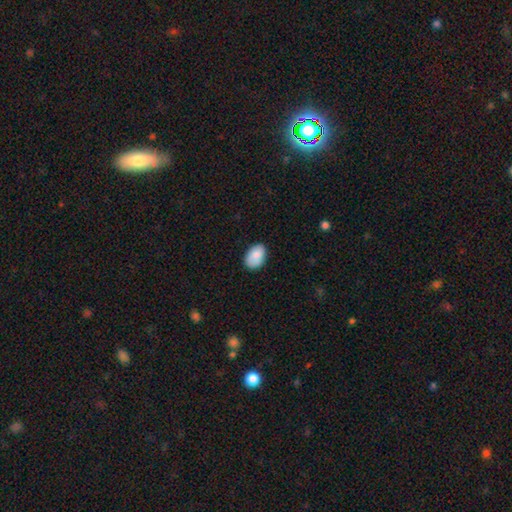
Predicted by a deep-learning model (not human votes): A smooth galaxy with no disk features (86%) that is in between round and cigar-shaped (89%). Merging: none (78%).